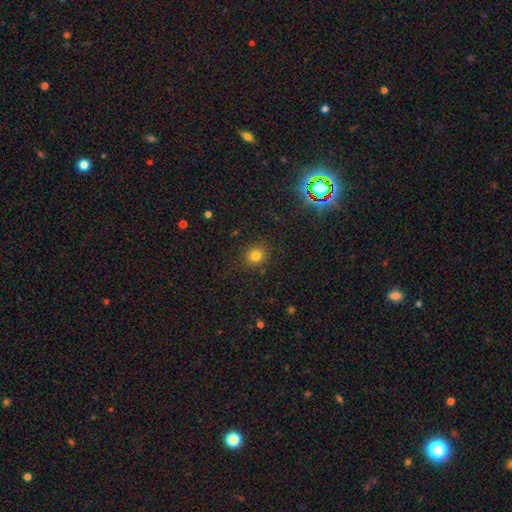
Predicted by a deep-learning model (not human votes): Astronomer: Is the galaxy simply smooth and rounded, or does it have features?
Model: smooth — 80%.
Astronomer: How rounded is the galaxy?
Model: round — 87%.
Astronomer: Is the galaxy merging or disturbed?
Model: none — 88%.